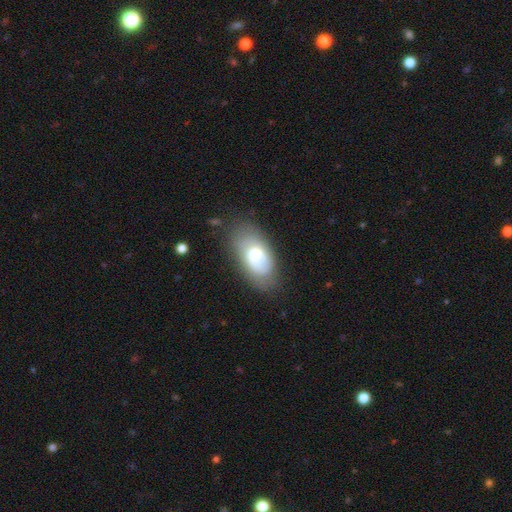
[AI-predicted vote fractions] This is possibly a smooth galaxy (57%). How rounded: clearly in between (92%). Merging: likely none (65%).